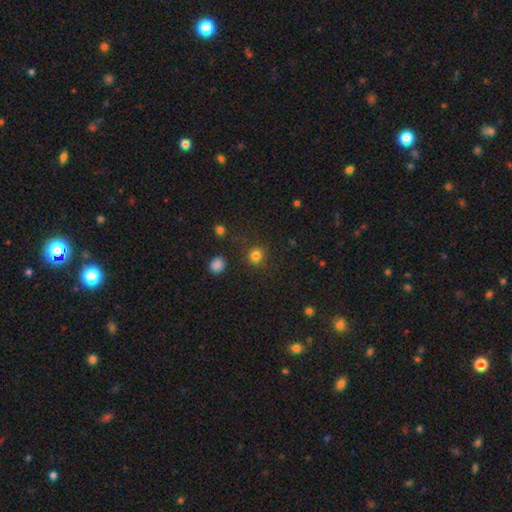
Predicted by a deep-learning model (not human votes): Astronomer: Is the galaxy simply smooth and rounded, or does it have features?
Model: smooth — 81%.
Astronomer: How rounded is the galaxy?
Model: round — 88%.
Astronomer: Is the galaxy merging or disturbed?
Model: none — 87%.